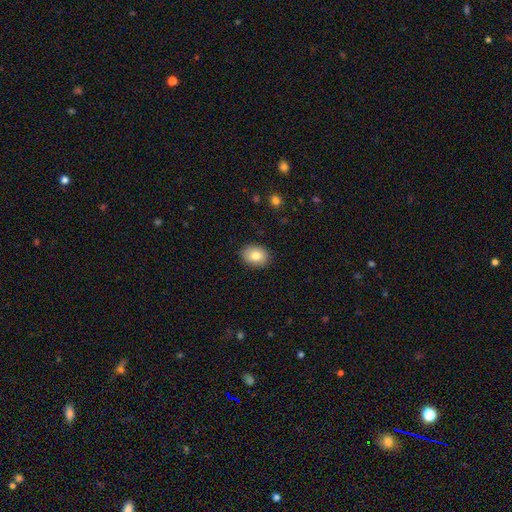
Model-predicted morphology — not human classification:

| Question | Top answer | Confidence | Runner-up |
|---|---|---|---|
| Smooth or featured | smooth | 81% | featured or disk (11%) |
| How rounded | in between | 59% | round (40%) |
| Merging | none | 88% | minor disturbance (9%) |